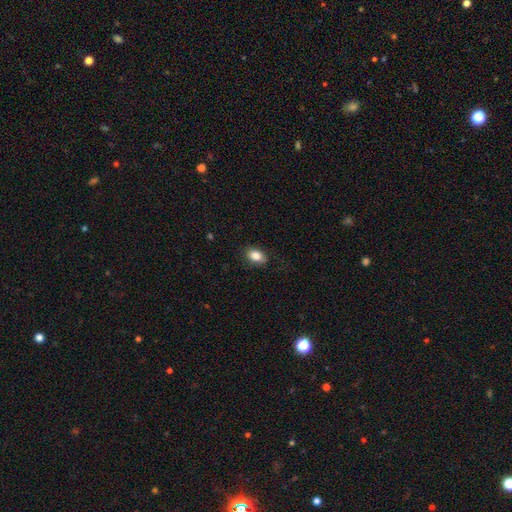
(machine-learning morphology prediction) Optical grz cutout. It shows a smooth galaxy with no disk features (85%) that is in between round and cigar-shaped (83%). Merging: none (83%).